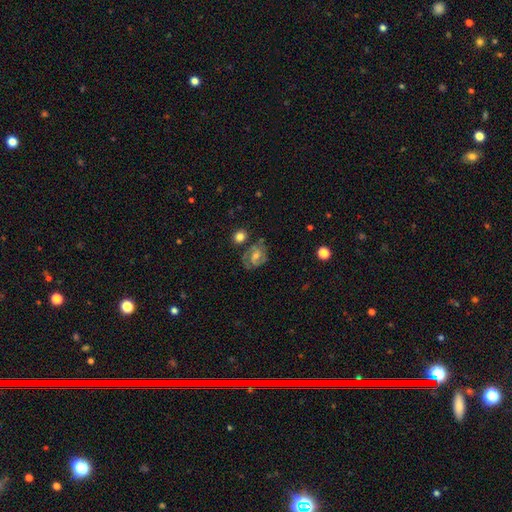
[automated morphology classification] This is likely a featured or disk galaxy (72%). It is clearly not viewed edge-on (97%). Bar: possibly weak (46%). Spiral arm pattern: clearly yes (90%). Spiral arm count: likely 2 (67%). Spiral winding: possibly tight (48%). Central bulge: possibly moderate (54%). Merging: likely none (71%).